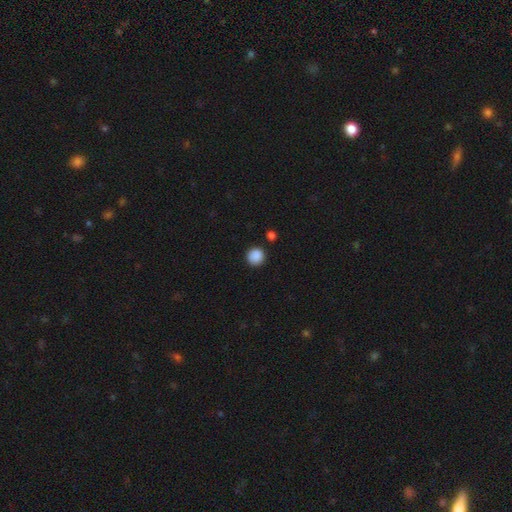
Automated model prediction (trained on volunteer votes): Morphology: type=smooth (88%); roundness=round (94%); merging=none (89%).